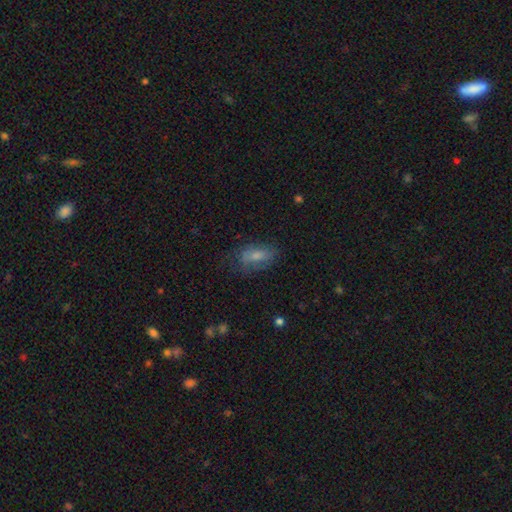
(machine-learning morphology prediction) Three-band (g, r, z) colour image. It shows a smooth galaxy with no disk features (66%) that is in between round and cigar-shaped (84%). Merging: none (62%).